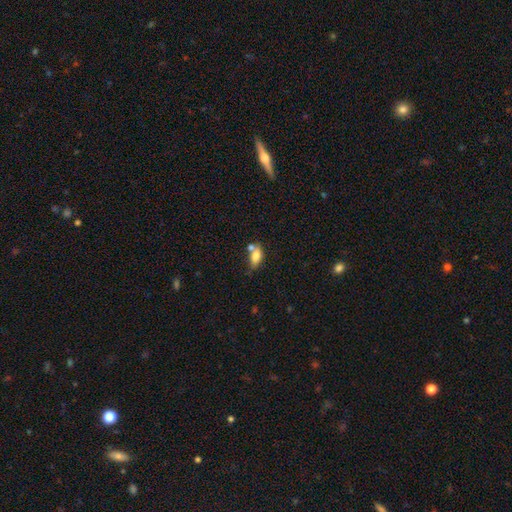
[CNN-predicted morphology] This appears to be a smooth galaxy with no disk features (77%) that is in between round and cigar-shaped (87%). Merging: none (39%).